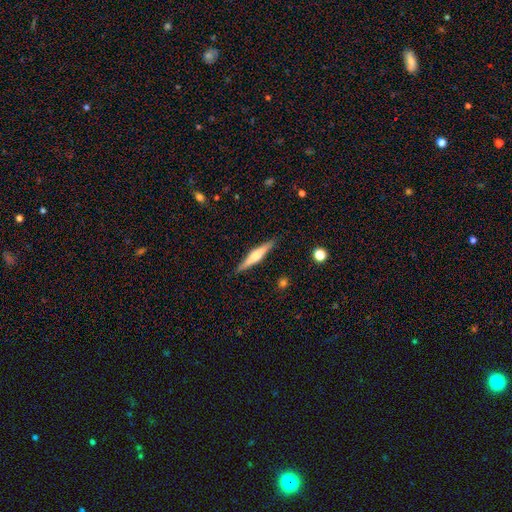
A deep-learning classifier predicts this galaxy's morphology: This is possibly a featured or disk galaxy (59%). It is clearly viewed edge-on (97%). Edge-on bulge: likely rounded (75%). Merging: clearly none (90%).